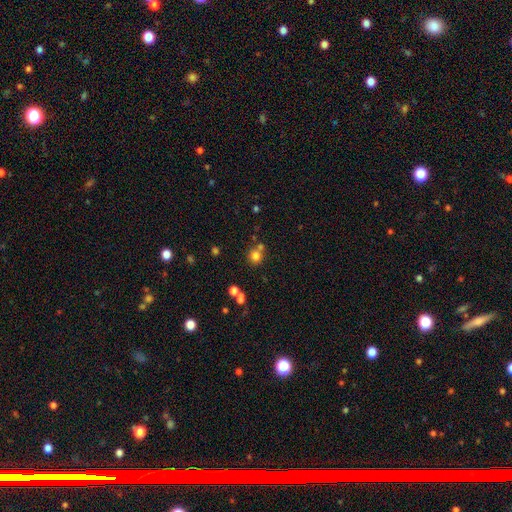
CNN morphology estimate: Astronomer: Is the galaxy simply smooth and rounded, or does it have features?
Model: smooth — 76%.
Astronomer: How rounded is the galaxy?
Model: round — 90%.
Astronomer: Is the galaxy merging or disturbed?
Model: none — 65%.